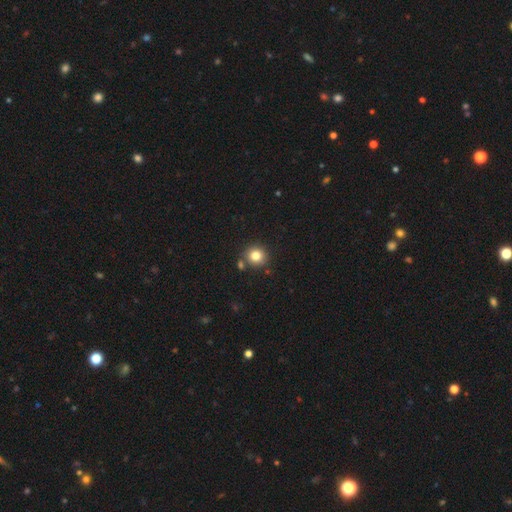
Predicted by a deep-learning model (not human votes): Smooth or featured?
  - smooth: 81% *
  - star or artifact: 12%
  - featured or disk: 7%
How rounded?
  - round: 89% *
  - in between: 10%
  - cigar-shaped: 1%
Merging?
  - none: 80% *
  - merger: 9%
  - minor disturbance: 9%
  - major disturbance: 2%